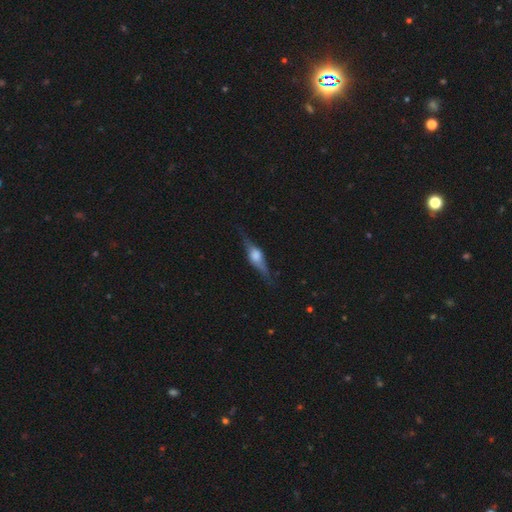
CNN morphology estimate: featured or disk 75%, smooth 18%, star or artifact 7%. Down the decision tree: edge-on disk — yes (97%); edge-on bulge — rounded (89%); merging — none (82%).